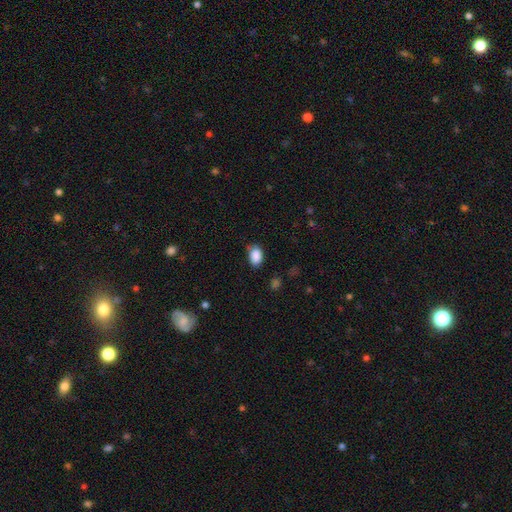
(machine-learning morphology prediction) This appears to be a smooth galaxy with no disk features (88%) that is in between round and cigar-shaped (85%). Merging: none (71%).